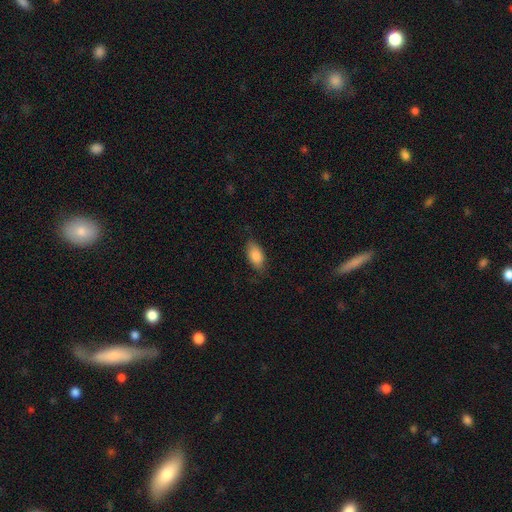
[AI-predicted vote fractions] Smooth or featured? Predicted: smooth (p=0.86). How rounded? Predicted: in between (p=0.91). Merging? Predicted: none (p=0.77).